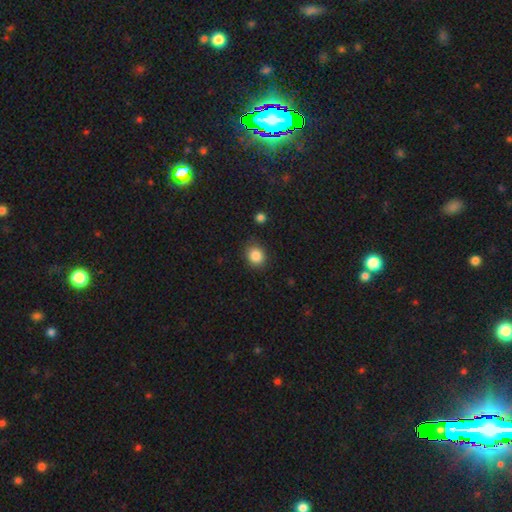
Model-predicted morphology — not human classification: smooth-or-featured: smooth: 86% | star or artifact: 10% | featured or disk: 4%
  how-rounded: round: 70% | in between: 30% | cigar-shaped: 1%
  merging: none: 84% | minor disturbance: 11% | major disturbance: 3% | merger: 2%